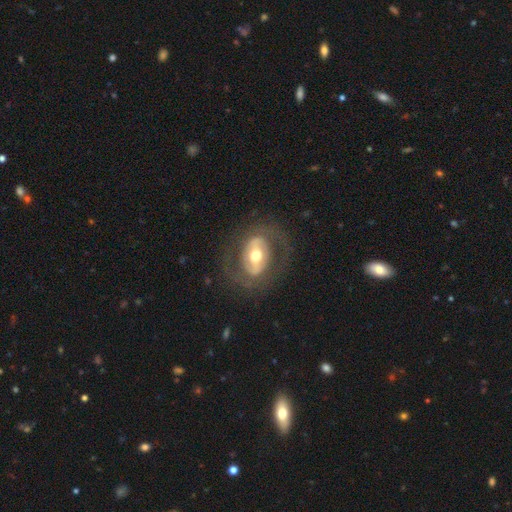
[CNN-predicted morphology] Overall: featured or disk (66%; smooth 28%). Edge-on disk: no (93%). Bar: no (39%; strong 31%). Spiral arms: no (59%; yes 41%). Bulge size: moderate (71%). Merging: none (73%).